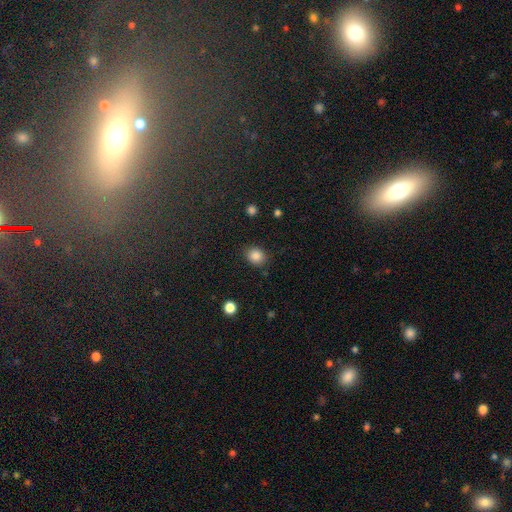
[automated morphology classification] type=smooth (86%); roundness=round (71%); merging=none (85%).